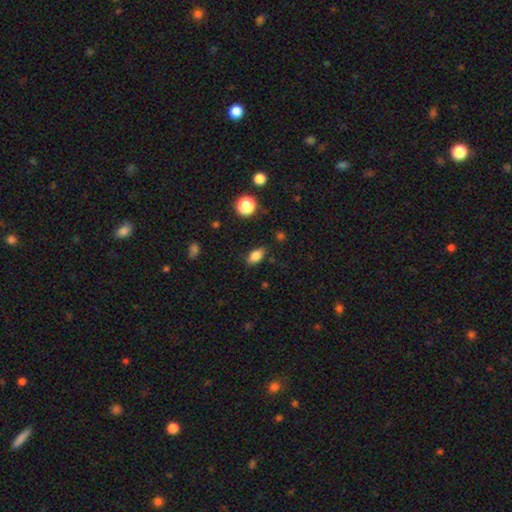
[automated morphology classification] type=smooth (83%); roundness=in between (85%); merging=none (82%).